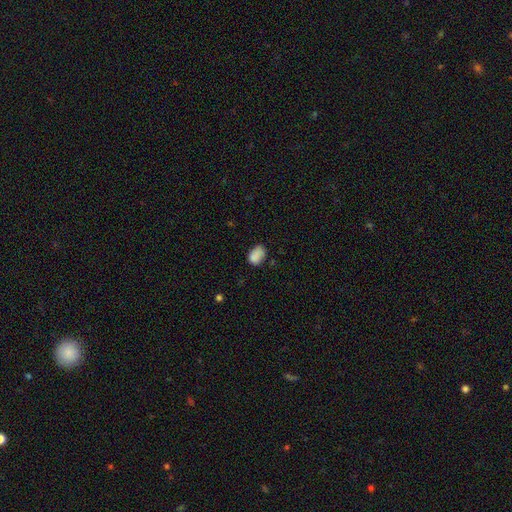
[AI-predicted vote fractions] smooth 85%, star or artifact 9%, featured or disk 6%. Down the decision tree: how rounded — in between (81%); merging — none (61%).